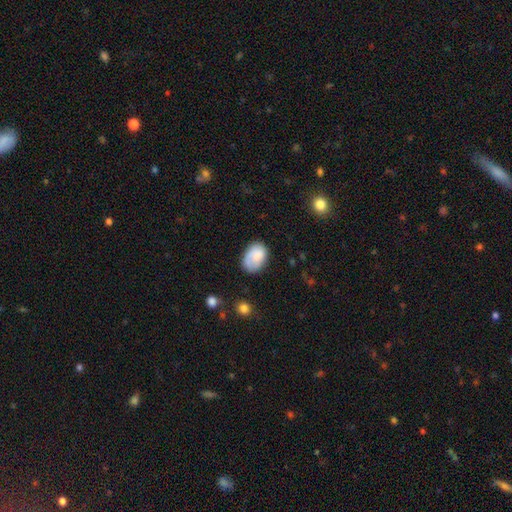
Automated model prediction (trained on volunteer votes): The model was most divided on "merging": none: 64%, minor disturbance: 25%, major disturbance: 8%, merger: 3%. More confident: how rounded — in between (83%); smooth or featured — smooth (78%).